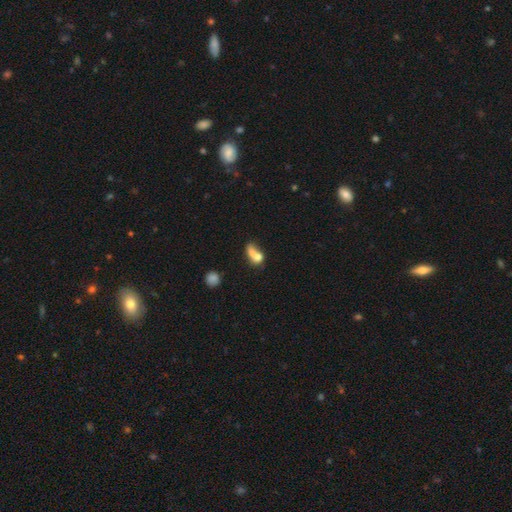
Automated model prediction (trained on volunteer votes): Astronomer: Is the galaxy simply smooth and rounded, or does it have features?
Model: smooth — 67%.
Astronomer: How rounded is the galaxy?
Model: in between — 58% (runner-up: round, 35%).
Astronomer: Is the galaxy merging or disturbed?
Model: merger — 61%.